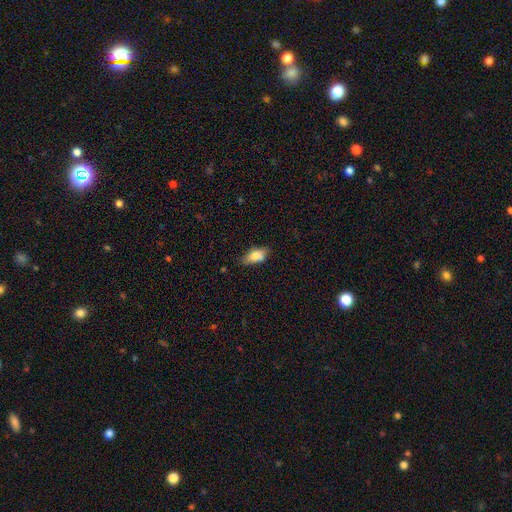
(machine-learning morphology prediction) The model was most divided on "merging": none: 69%, minor disturbance: 23%, major disturbance: 4%, merger: 3%. More confident: how rounded — in between (85%); smooth or featured — smooth (75%).